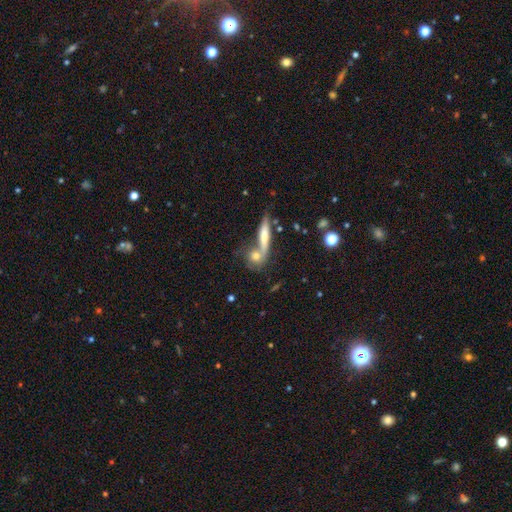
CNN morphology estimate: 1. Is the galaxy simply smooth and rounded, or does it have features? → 62% smooth, 29% featured or disk, 10% star or artifact.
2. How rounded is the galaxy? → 45% round, 29% cigar-shaped, 27% in between.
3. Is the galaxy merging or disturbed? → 46% none, 37% merger, 11% minor disturbance, 6% major disturbance.